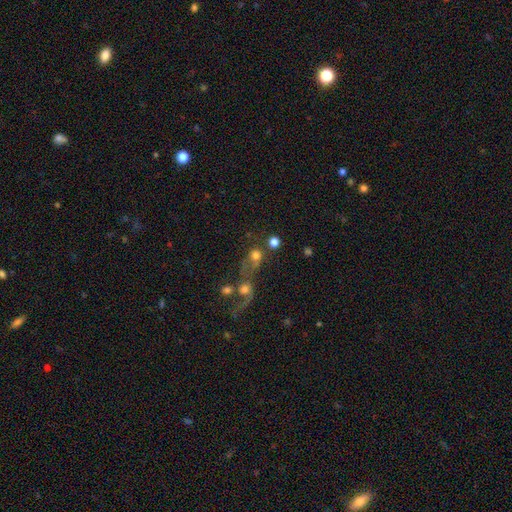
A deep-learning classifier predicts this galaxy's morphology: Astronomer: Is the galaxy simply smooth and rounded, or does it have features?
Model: smooth — 66%.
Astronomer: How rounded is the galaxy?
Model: round — 83%.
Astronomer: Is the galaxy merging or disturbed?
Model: merger — 52% (runner-up: none, 27%).